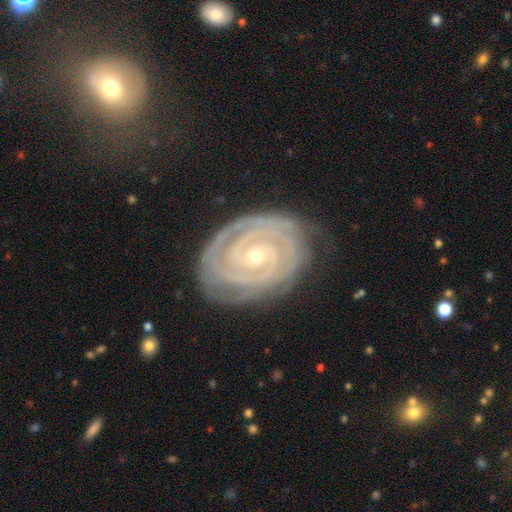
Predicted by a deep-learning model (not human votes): Smooth or featured? featured or disk (91%)
Edge-on disk? no (97%)
Bar? no (59%)
Spiral arms? yes (98%)
Spiral winding? tight (89%)
Spiral arm count? 2 (54%)
Bulge size? small (73%)
Merging? none (78%)